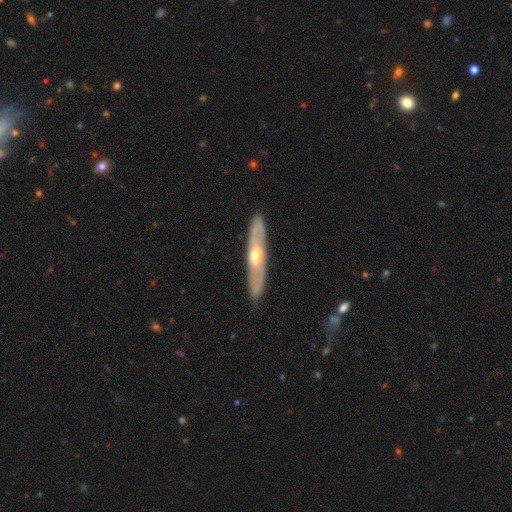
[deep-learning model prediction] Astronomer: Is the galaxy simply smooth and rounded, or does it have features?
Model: featured or disk — 65%.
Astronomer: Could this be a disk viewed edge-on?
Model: yes — 57% (runner-up: no, 43%).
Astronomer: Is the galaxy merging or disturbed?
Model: none — 86%.